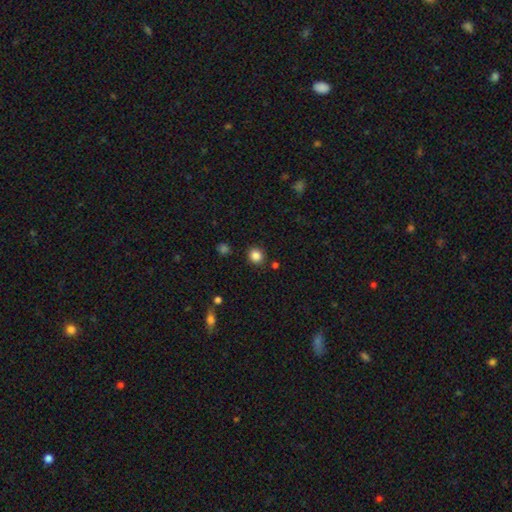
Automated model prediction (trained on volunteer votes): smooth_or_featured: smooth (p=0.85) [alt: star or artifact p=0.11]
how_rounded: round (p=0.79) [alt: in between p=0.20]
merging: none (p=0.87) [alt: minor disturbance p=0.08]